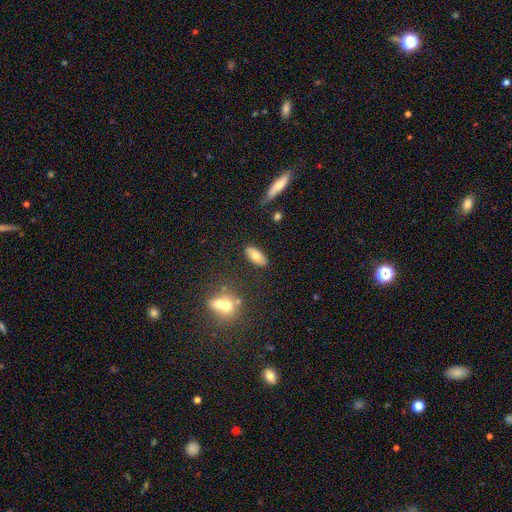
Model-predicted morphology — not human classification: A smooth galaxy with no disk features (71%) that is in between round and cigar-shaped (85%).

Vote fractions:
- Smooth or featured? smooth: 71% / featured or disk: 20% / star or artifact: 8%
- How rounded? in between: 85% / cigar-shaped: 12% / round: 3%
- Merging? none: 83% / minor disturbance: 11% / merger: 3% / major disturbance: 3%